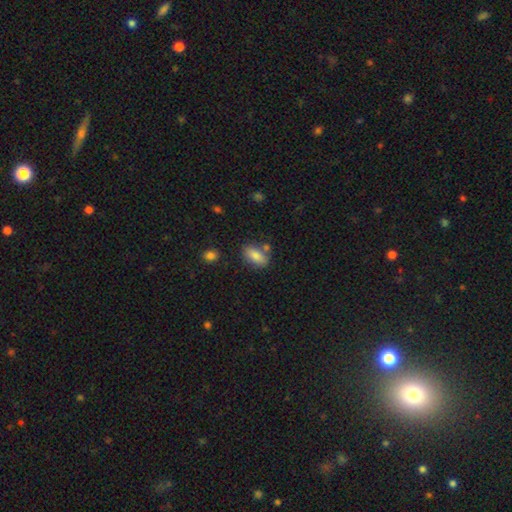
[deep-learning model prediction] Smooth or featured: smooth — 83% (featured or disk — 9%)
How rounded: in between — 87% (cigar-shaped — 8%)
Merging: none — 70% (minor disturbance — 15%)